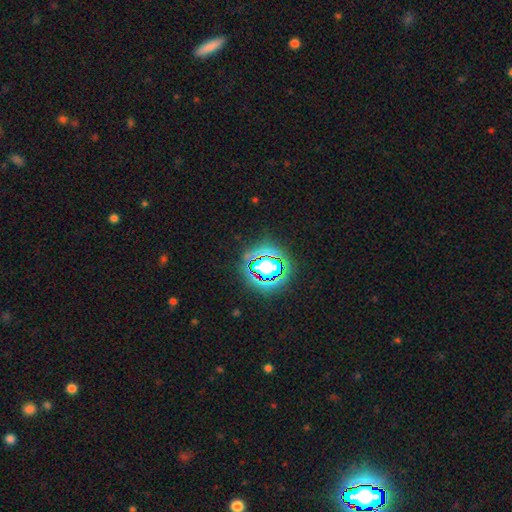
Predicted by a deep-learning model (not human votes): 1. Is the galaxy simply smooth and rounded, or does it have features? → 60% star or artifact, 27% smooth, 13% featured or disk.